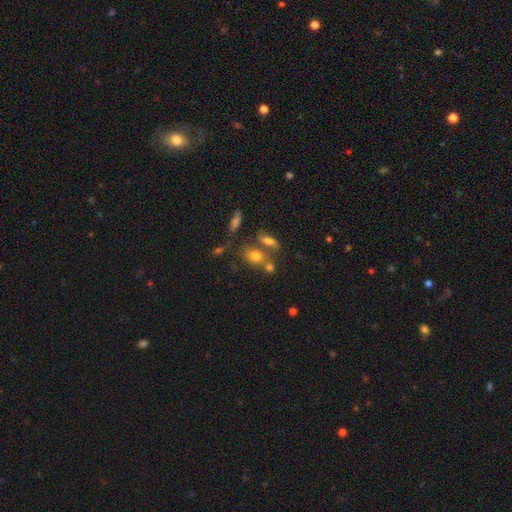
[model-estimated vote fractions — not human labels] Overall: smooth (73%). How rounded: in between (62%; round 35%). Merging: none (50%; merger 28%).